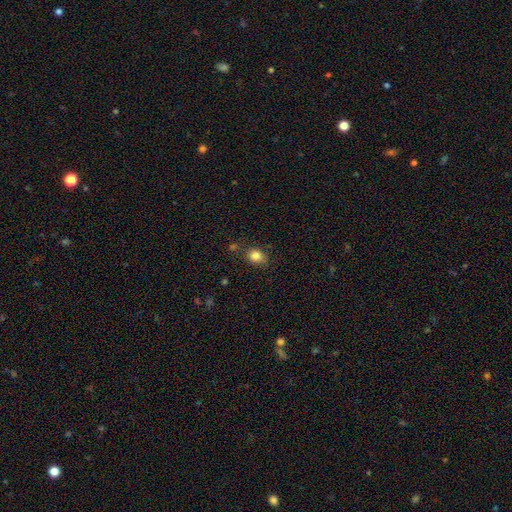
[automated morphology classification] Smooth or featured?
  - smooth: 84% *
  - star or artifact: 11%
  - featured or disk: 6%
How rounded?
  - round: 55% *
  - in between: 44%
  - cigar-shaped: 1%
Merging?
  - none: 73% *
  - minor disturbance: 18%
  - merger: 5%
  - major disturbance: 4%